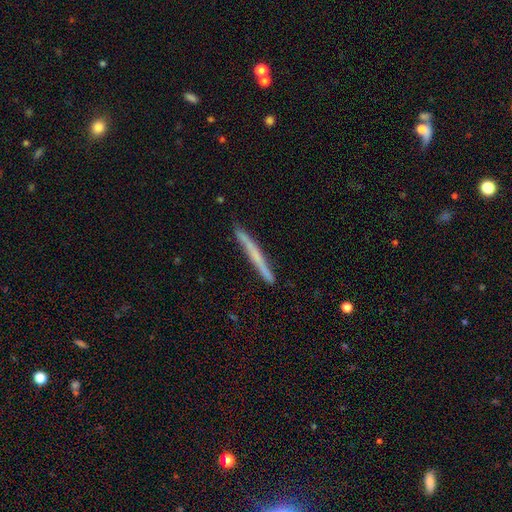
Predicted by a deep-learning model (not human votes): This is possibly a smooth galaxy (48%). Merging: clearly none (89%).